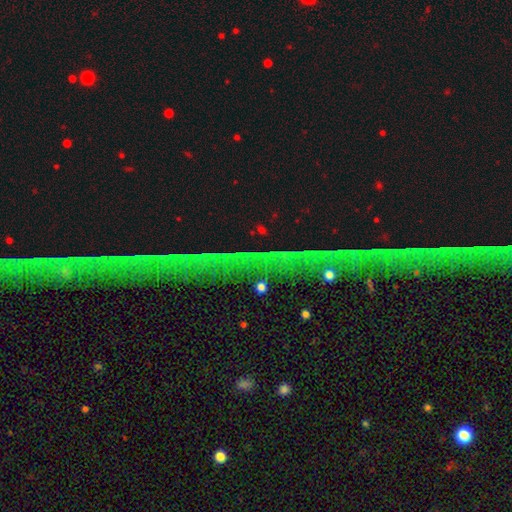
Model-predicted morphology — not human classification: Smooth or featured? star or artifact (75%)